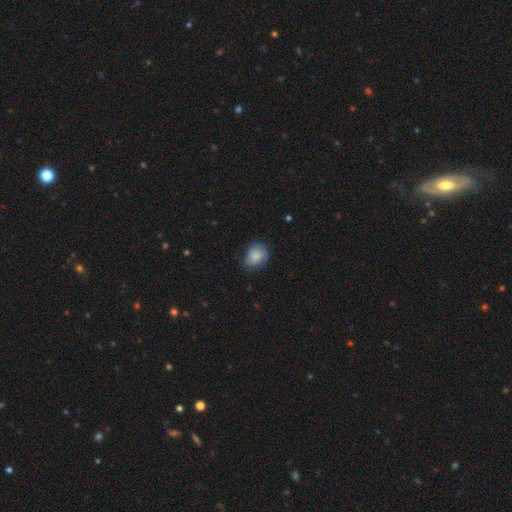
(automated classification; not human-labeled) Smooth or featured? Predicted: smooth (p=0.81). How rounded? Predicted: in between (p=0.51). Merging? Predicted: none (p=0.69).